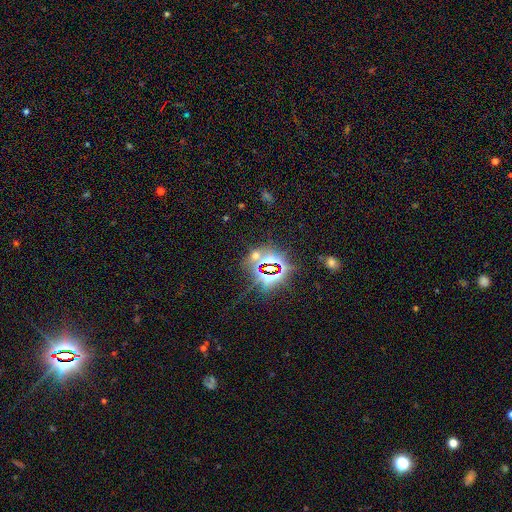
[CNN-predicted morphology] smooth-or-featured: star or artifact: 75% | smooth: 16% | featured or disk: 9%